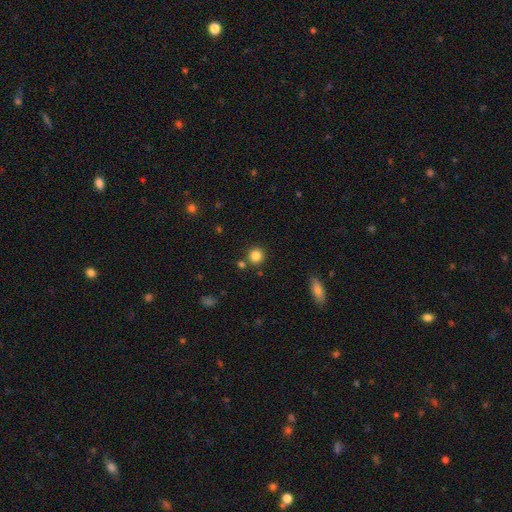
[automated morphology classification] This appears to be a smooth galaxy with no disk features (84%) that is round (90%). Merging: none (83%).